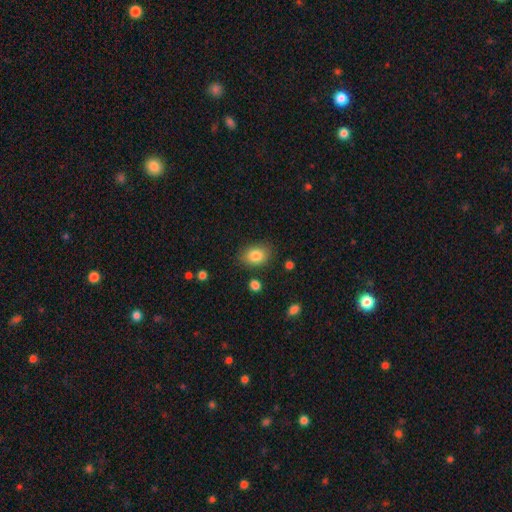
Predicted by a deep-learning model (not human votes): smooth 83%, star or artifact 9%, featured or disk 8%. Down the decision tree: how rounded — in between (73%); merging — none (81%).